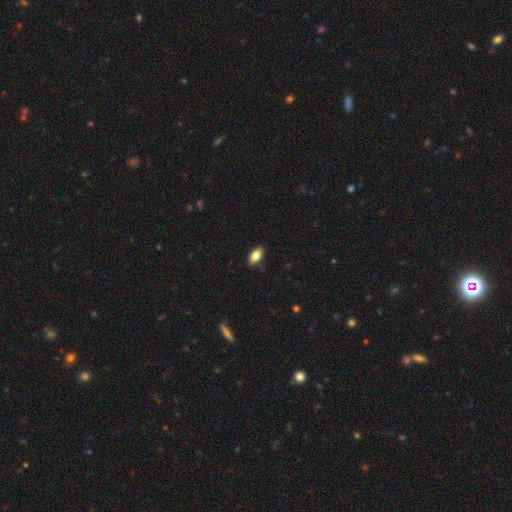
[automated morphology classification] Smooth or featured? smooth (83%)
How rounded? in between (91%)
Merging? none (88%)